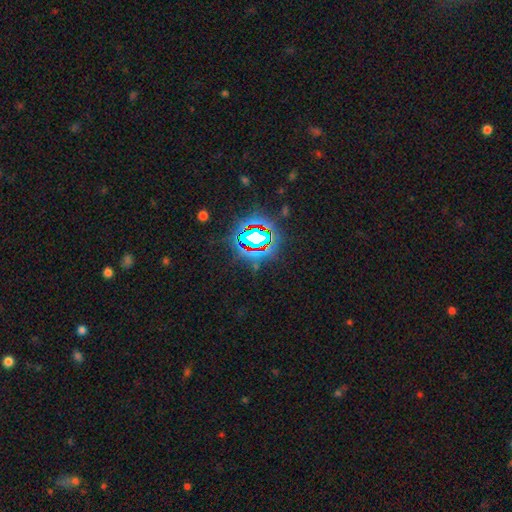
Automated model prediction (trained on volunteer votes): Smooth or featured?
  - star or artifact: 82% *
  - smooth: 11%
  - featured or disk: 7%